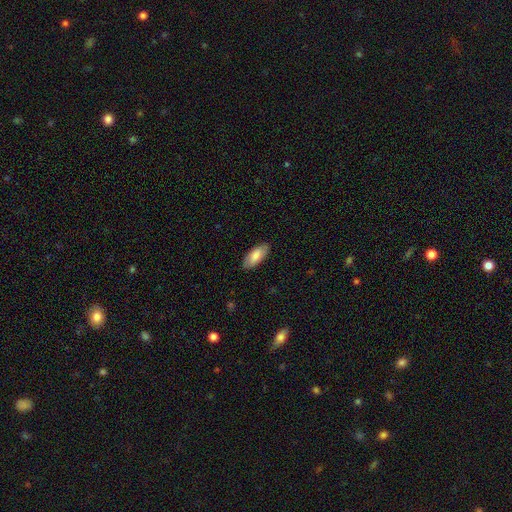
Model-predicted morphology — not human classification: The model was most divided on "smooth or featured": smooth: 83%, featured or disk: 12%, star or artifact: 5%. More confident: merging — none (88%); how rounded — in between (86%).